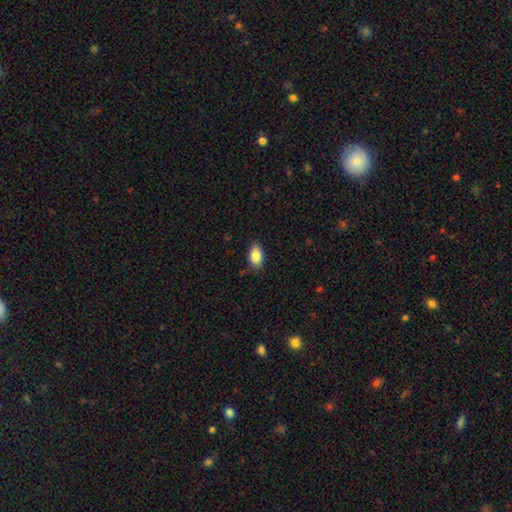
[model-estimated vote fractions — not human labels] smooth_or_featured: smooth (p=0.86) [alt: star or artifact p=0.08]
how_rounded: in between (p=0.91) [alt: round p=0.06]
merging: none (p=0.83) [alt: minor disturbance p=0.14]